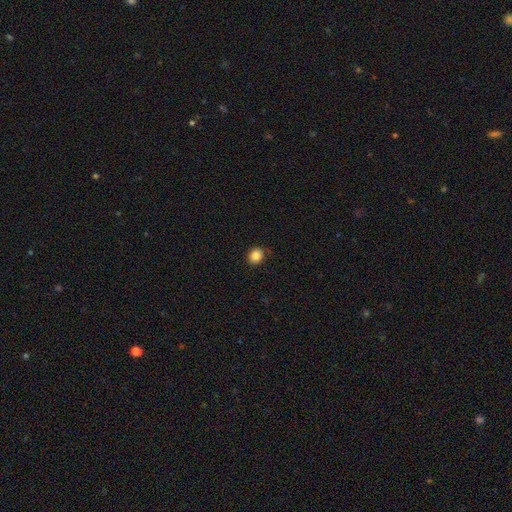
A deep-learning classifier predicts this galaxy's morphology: Smooth or featured: smooth — 85% (star or artifact — 10%)
How rounded: round — 75% (in between — 24%)
Merging: none — 85% (minor disturbance — 12%)